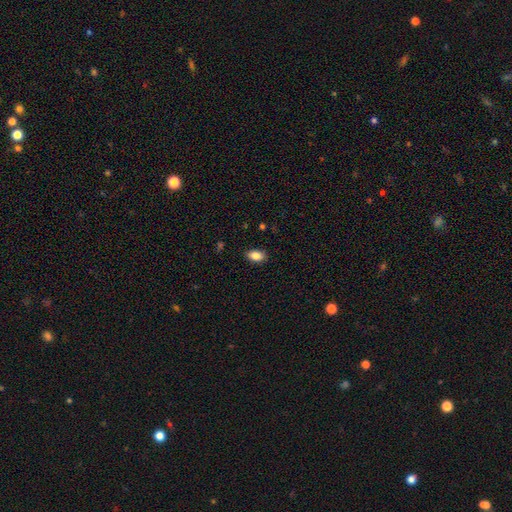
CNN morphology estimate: The model was most divided on "smooth or featured": smooth: 85%, star or artifact: 8%, featured or disk: 6%. More confident: how rounded — in between (89%); merging — none (88%).